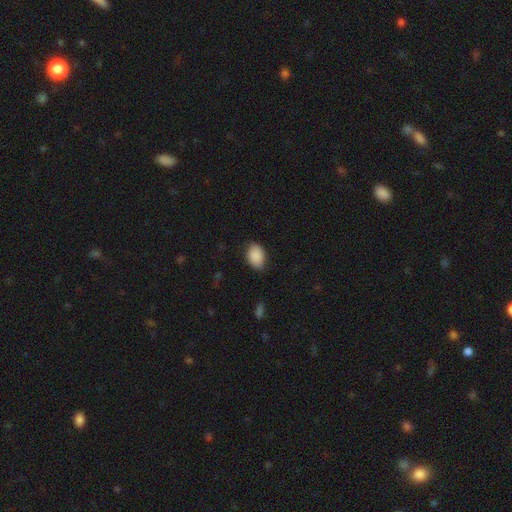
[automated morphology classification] Overall: smooth (88%). How rounded: in between (80%). Merging: none (73%).